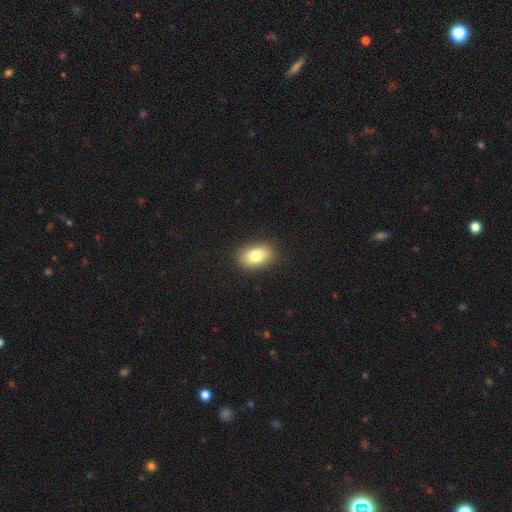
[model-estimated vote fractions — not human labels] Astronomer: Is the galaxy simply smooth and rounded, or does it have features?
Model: smooth — 82%.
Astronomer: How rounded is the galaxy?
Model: in between — 85%.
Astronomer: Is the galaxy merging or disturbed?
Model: none — 88%.